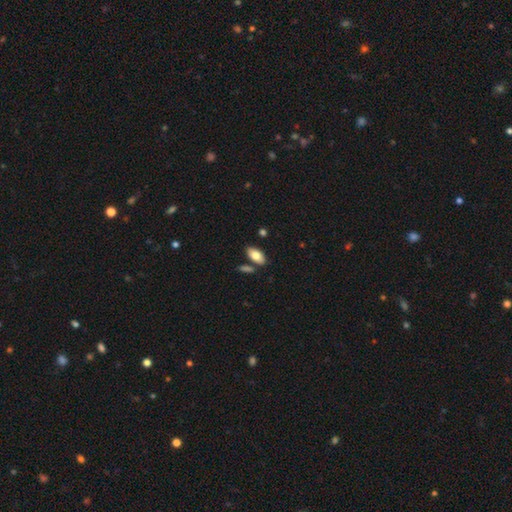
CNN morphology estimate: type=smooth (79%); roundness=in between (92%); merging=none (77%).